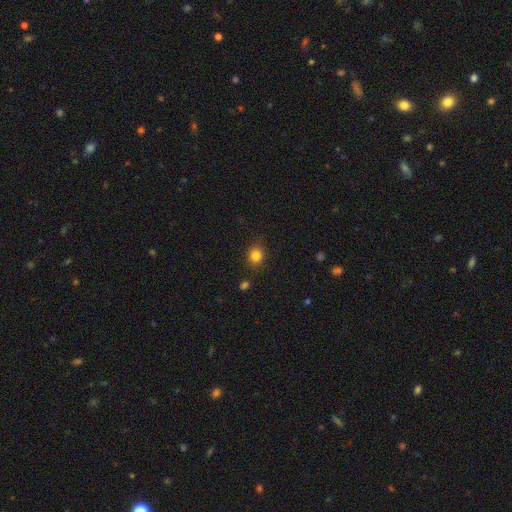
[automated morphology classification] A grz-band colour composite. It shows a smooth galaxy with no disk features (83%) that is round (80%). Merging: none (86%).